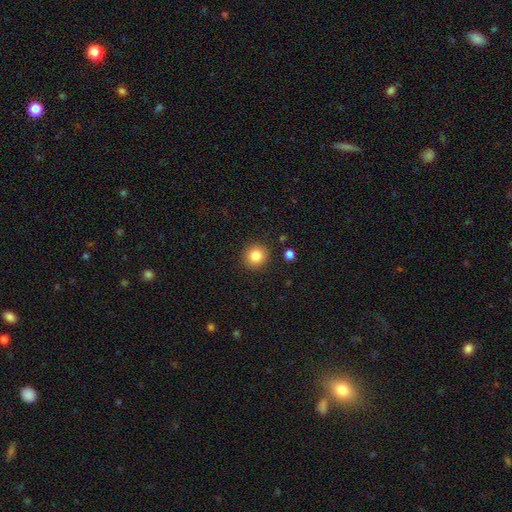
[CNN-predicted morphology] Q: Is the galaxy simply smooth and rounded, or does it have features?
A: smooth — 84%.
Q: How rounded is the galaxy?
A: round — 91%.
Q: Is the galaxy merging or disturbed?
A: none — 90%.